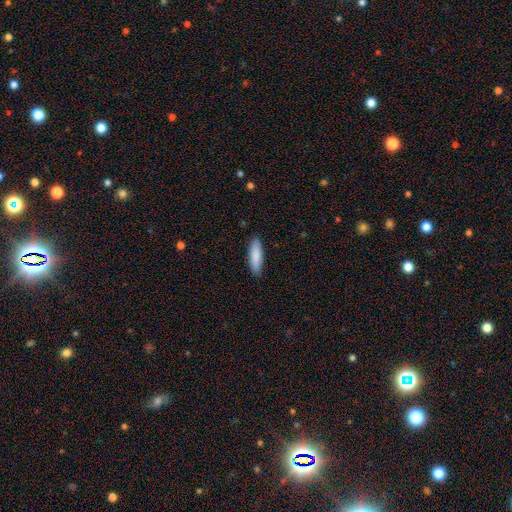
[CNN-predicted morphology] Smooth or featured?
  - smooth: 87% *
  - featured or disk: 7%
  - star or artifact: 5%
How rounded?
  - cigar-shaped: 59% *
  - in between: 39%
  - round: 1%
Merging?
  - none: 87% *
  - minor disturbance: 10%
  - major disturbance: 2%
  - merger: 1%